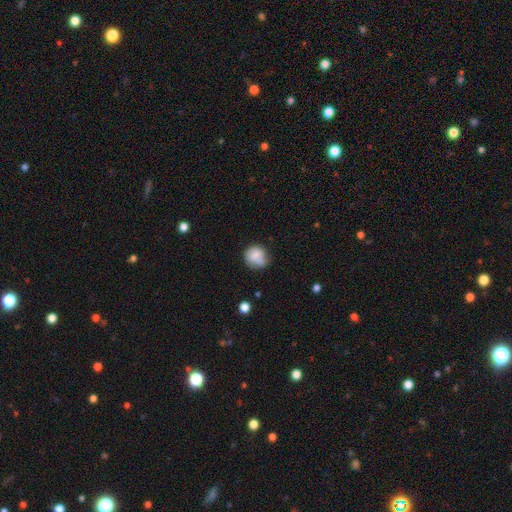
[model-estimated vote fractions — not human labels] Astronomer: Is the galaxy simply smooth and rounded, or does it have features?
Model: smooth — 77%.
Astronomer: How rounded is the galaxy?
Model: round — 80%.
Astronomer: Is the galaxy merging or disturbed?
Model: none — 53%.